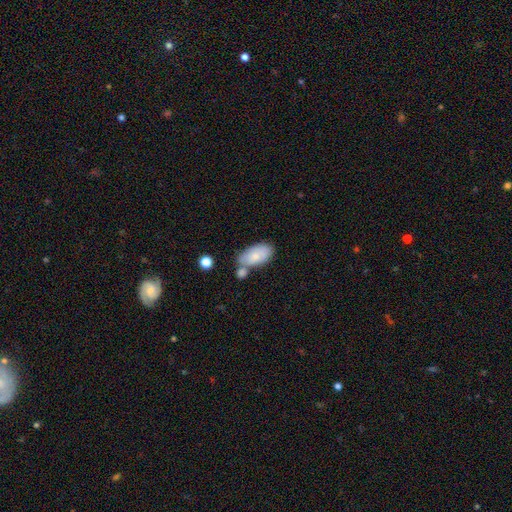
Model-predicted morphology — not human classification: Smooth or featured? smooth (73%)
How rounded? in between (93%)
Merging? none (47%)